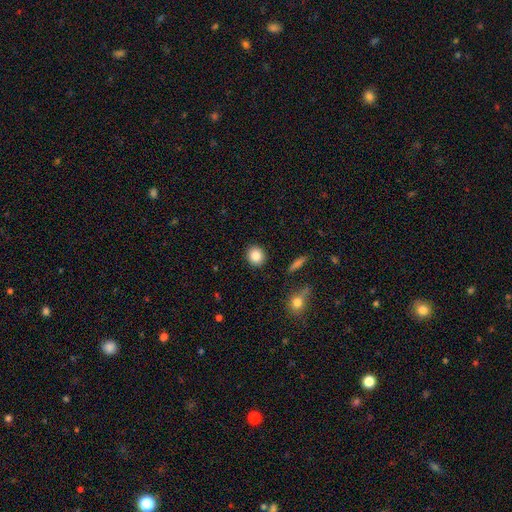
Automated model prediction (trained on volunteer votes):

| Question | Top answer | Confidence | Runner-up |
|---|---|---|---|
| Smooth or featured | smooth | 86% | star or artifact (9%) |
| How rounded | round | 84% | in between (15%) |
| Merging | none | 91% | minor disturbance (5%) |